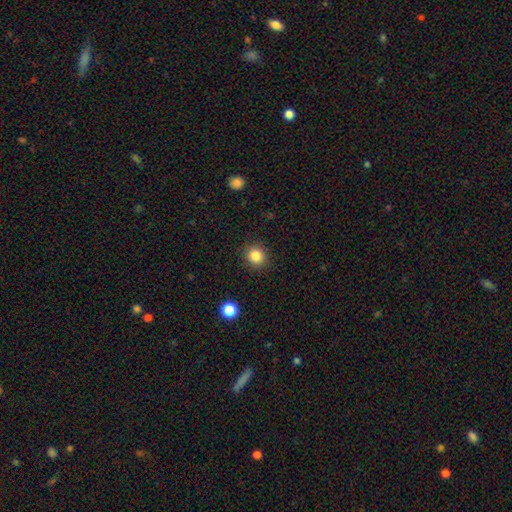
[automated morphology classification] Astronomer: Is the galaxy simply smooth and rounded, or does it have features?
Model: smooth — 85%.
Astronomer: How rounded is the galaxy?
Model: round — 89%.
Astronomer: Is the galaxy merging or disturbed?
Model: none — 90%.